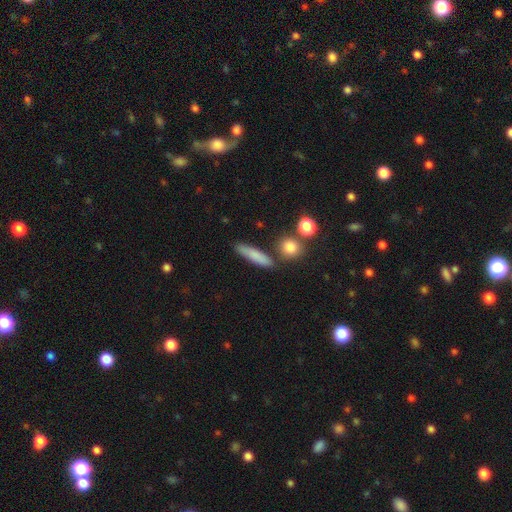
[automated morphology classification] type=smooth (78%); roundness=cigar-shaped (75%); merging=none (80%).